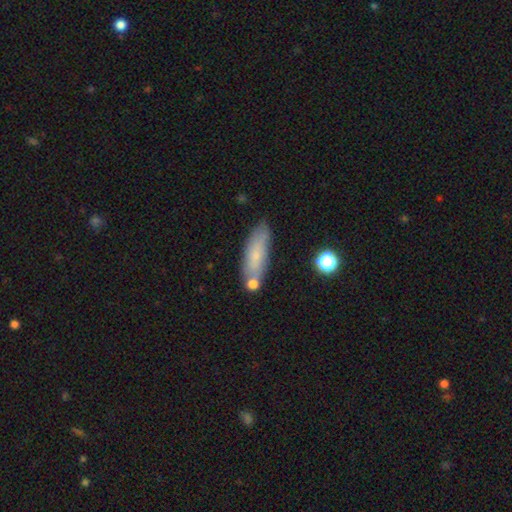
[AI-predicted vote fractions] Overall: smooth (68%). How rounded: in between (51%; cigar-shaped 46%). Merging: none (68%).